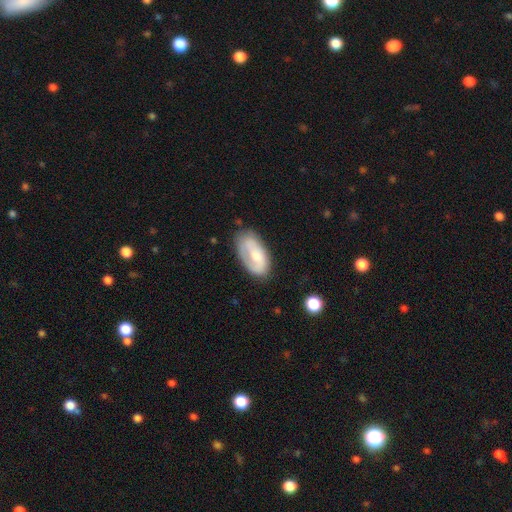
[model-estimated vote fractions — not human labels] featured or disk 47%, smooth 46%, star or artifact 6%. Down the decision tree: merging — none (64%).